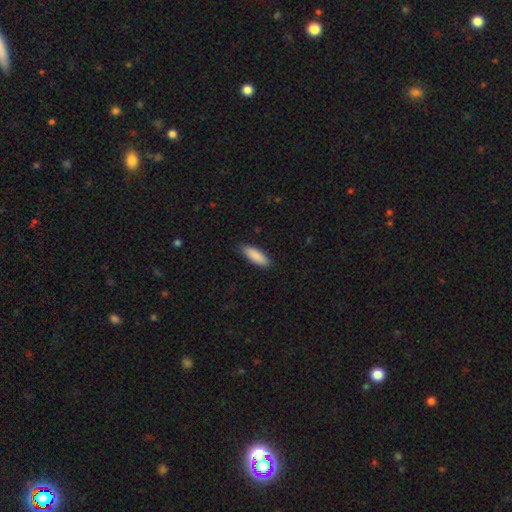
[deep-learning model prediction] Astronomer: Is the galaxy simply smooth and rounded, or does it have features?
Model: smooth — 89%.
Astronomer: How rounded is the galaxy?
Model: in between — 59% (runner-up: cigar-shaped, 39%).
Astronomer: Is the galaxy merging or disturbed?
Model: none — 85%.